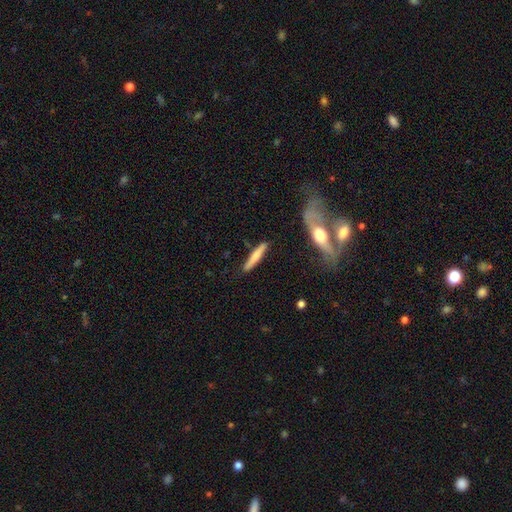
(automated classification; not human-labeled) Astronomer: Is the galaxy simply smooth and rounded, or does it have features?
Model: smooth — 62%.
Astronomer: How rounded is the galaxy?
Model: cigar-shaped — 92%.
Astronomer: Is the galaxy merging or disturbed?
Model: none — 86%.